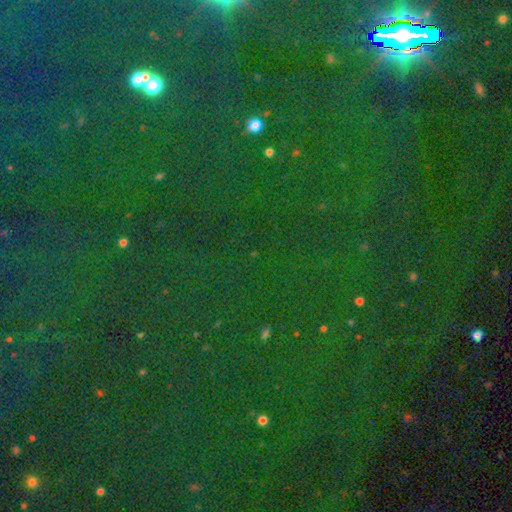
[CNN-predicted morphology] Q: Smooth or featured?
A: star or artifact (82%); runner-up: smooth (10%)